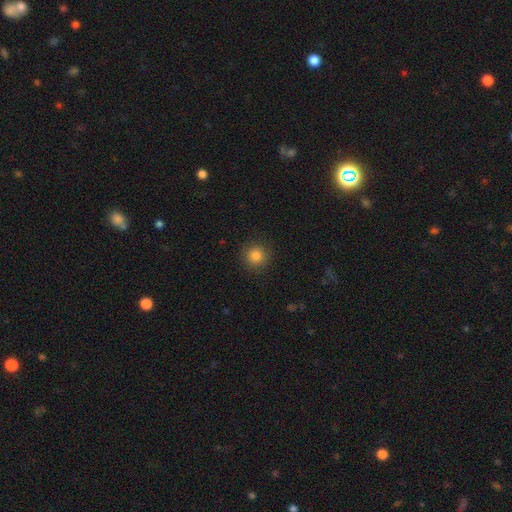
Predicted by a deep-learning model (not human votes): Smooth or featured? smooth (83%)
How rounded? round (94%)
Merging? none (90%)